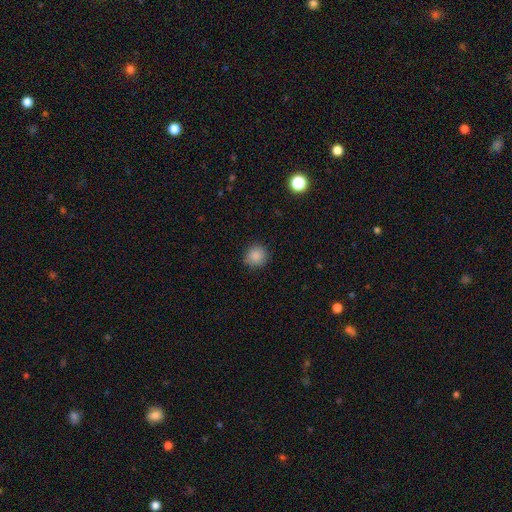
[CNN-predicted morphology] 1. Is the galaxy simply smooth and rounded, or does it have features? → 87% smooth, 10% star or artifact, 3% featured or disk.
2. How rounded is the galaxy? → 92% round, 7% in between, 1% cigar-shaped.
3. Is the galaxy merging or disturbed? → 87% none, 9% minor disturbance, 2% major disturbance, 1% merger.